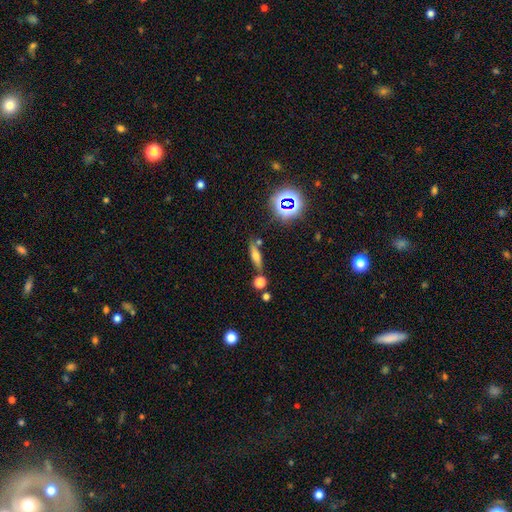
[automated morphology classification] Smooth or featured? Predicted: smooth (p=0.53). How rounded? Predicted: cigar-shaped (p=0.57). Merging? Predicted: none (p=0.71).